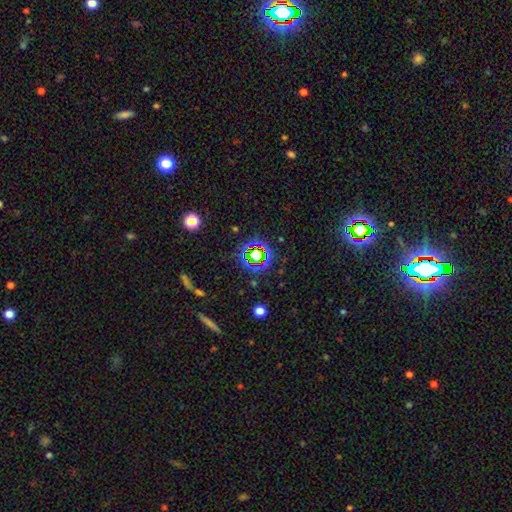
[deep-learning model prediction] Smooth or featured?
  - star or artifact: 71% *
  - smooth: 19%
  - featured or disk: 10%